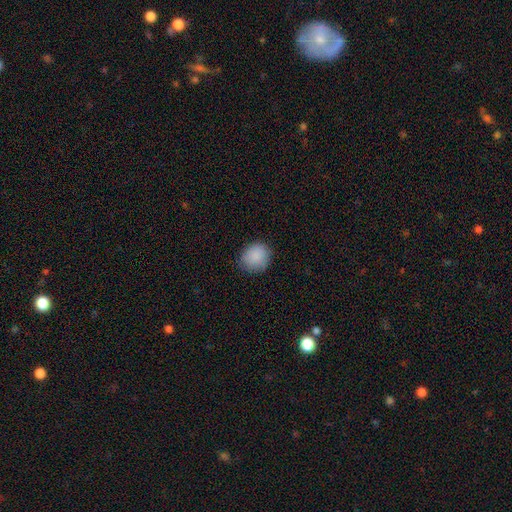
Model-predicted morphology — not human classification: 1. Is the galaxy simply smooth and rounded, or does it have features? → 88% smooth, 8% star or artifact, 4% featured or disk.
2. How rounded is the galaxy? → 74% round, 25% in between, 1% cigar-shaped.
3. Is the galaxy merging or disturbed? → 82% none, 14% minor disturbance, 3% major disturbance, 1% merger.